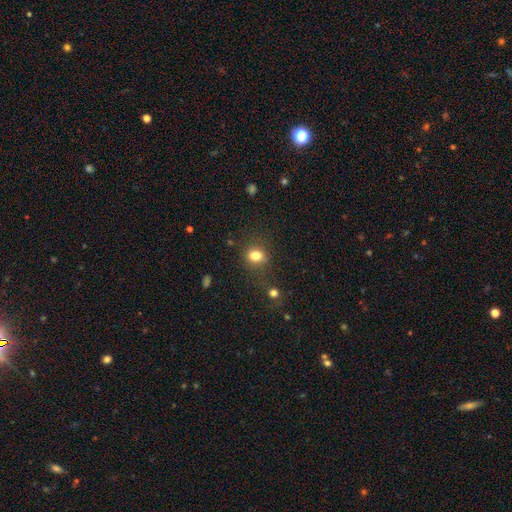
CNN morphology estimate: type=smooth (80%); roundness=round (55%); merging=none (74%).